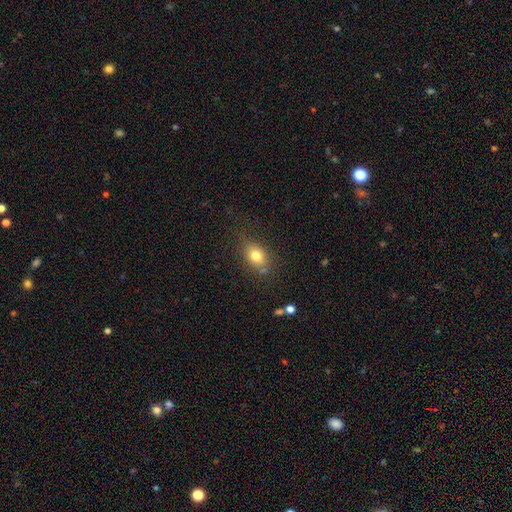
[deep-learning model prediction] Smooth or featured?
  - smooth: 78% *
  - featured or disk: 11%
  - star or artifact: 11%
How rounded?
  - in between: 68% *
  - round: 30%
  - cigar-shaped: 2%
Merging?
  - none: 71% *
  - minor disturbance: 18%
  - major disturbance: 7%
  - merger: 5%